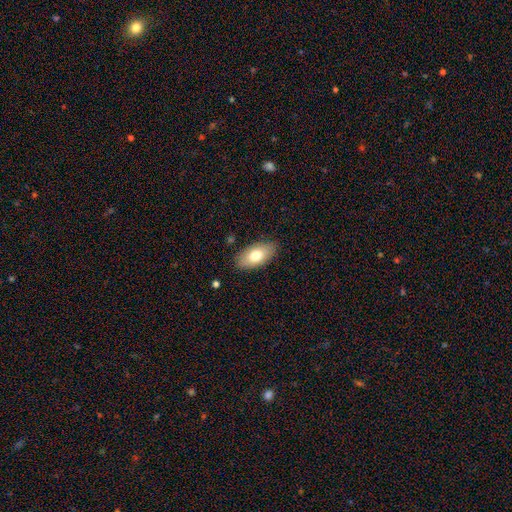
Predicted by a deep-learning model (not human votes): Q: Smooth or featured?
A: smooth (74%); runner-up: featured or disk (19%)
Q: How rounded?
A: in between (92%); runner-up: cigar-shaped (5%)
Q: Merging?
A: none (85%); runner-up: minor disturbance (11%)